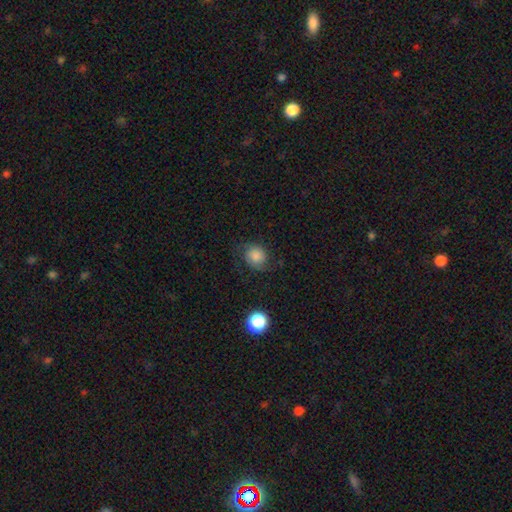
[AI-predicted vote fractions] A smooth galaxy with no disk features (64%) that is round (77%). Merging: none (71%).